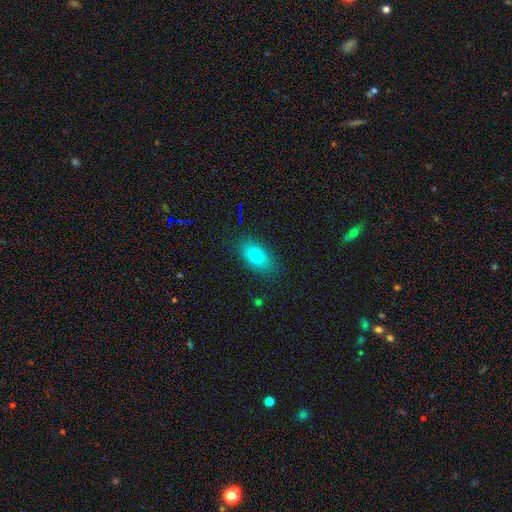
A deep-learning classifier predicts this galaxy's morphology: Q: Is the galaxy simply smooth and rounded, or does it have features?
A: smooth — 78%.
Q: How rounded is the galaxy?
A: in between — 87%.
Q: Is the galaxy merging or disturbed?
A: none — 84%.